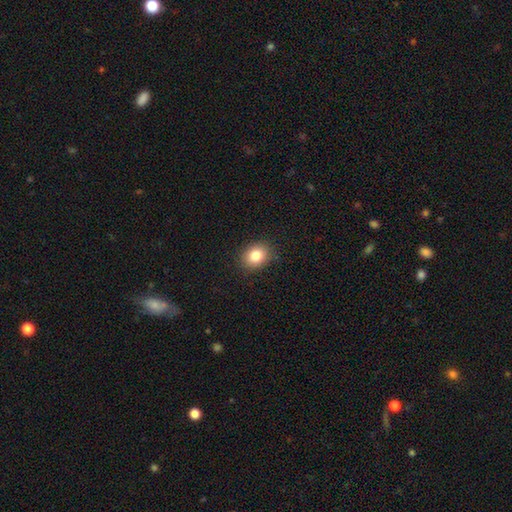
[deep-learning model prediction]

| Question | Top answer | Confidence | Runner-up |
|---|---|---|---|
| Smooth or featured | smooth | 83% | star or artifact (10%) |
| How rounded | in between | 52% | round (48%) |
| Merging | none | 88% | minor disturbance (9%) |